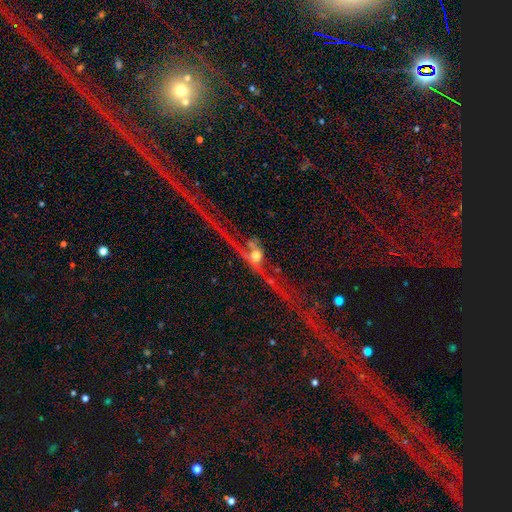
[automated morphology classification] Overall: featured or disk (70%). Edge-on disk: no (51%; yes 49%). Merging: none (34%; major disturbance 28%).